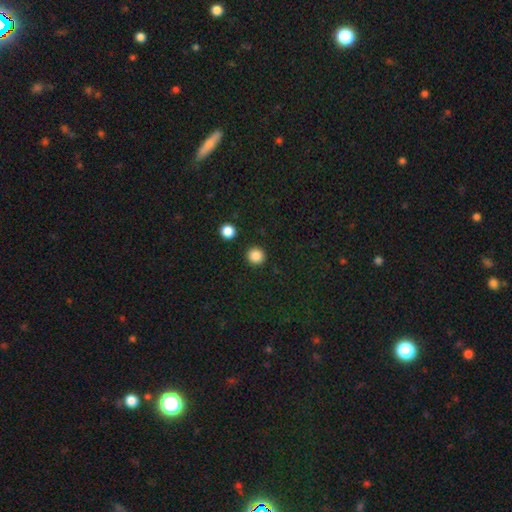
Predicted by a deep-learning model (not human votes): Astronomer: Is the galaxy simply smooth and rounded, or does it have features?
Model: smooth — 86%.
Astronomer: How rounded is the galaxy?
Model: round — 95%.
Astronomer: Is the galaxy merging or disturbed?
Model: none — 92%.